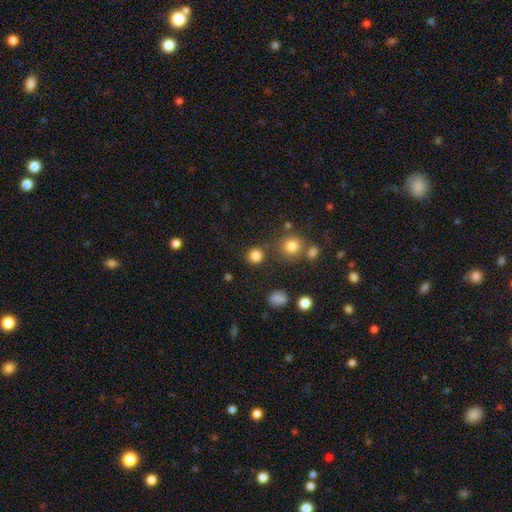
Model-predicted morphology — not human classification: Q: Smooth or featured?
A: smooth (81%); runner-up: star or artifact (14%)
Q: How rounded?
A: round (91%); runner-up: in between (8%)
Q: Merging?
A: none (82%); runner-up: minor disturbance (8%)